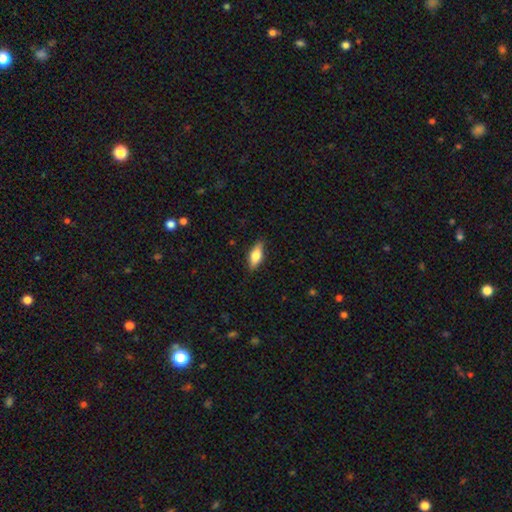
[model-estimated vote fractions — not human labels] Q: Smooth or featured?
A: smooth (67%); runner-up: featured or disk (26%)
Q: How rounded?
A: in between (73%); runner-up: cigar-shaped (24%)
Q: Merging?
A: none (86%); runner-up: minor disturbance (11%)